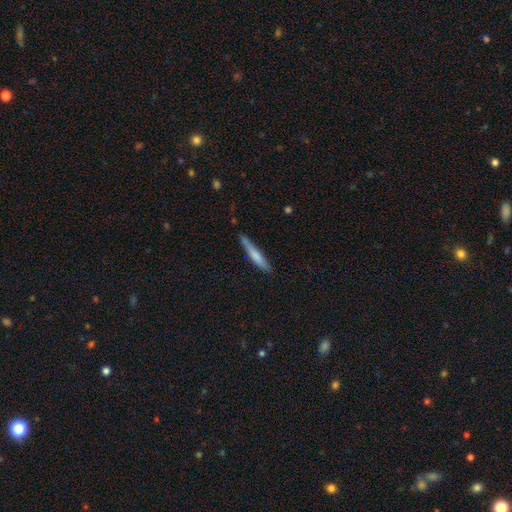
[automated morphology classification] Overall: smooth (69%). How rounded: cigar-shaped (92%). Merging: none (73%).